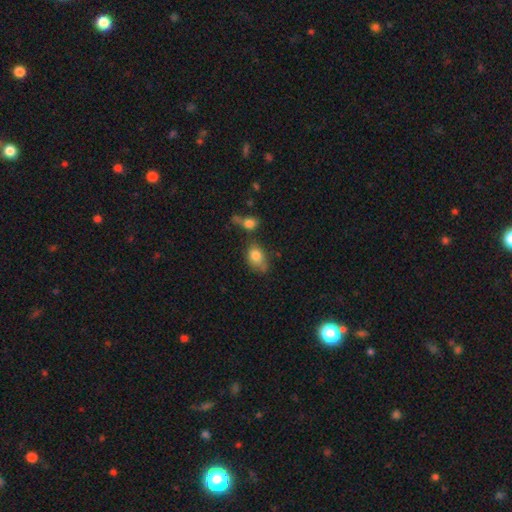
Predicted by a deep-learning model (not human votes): Q: Smooth or featured?
A: smooth (80%); runner-up: featured or disk (11%)
Q: How rounded?
A: in between (77%); runner-up: round (21%)
Q: Merging?
A: none (37%); runner-up: minor disturbance (27%)